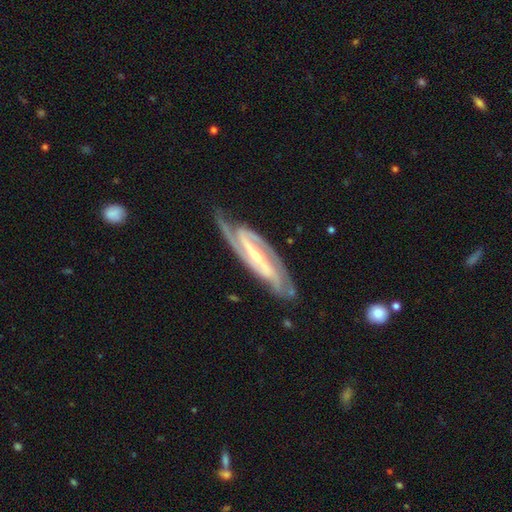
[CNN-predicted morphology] This is clearly a featured or disk galaxy (92%). It is clearly not viewed edge-on (90%). Bar: likely strong (63%). Spiral arm pattern: clearly yes (98%). Spiral arm count: likely 2 (72%). Spiral winding: possibly tight (48%). Central bulge: likely small (67%). Merging: likely none (77%).